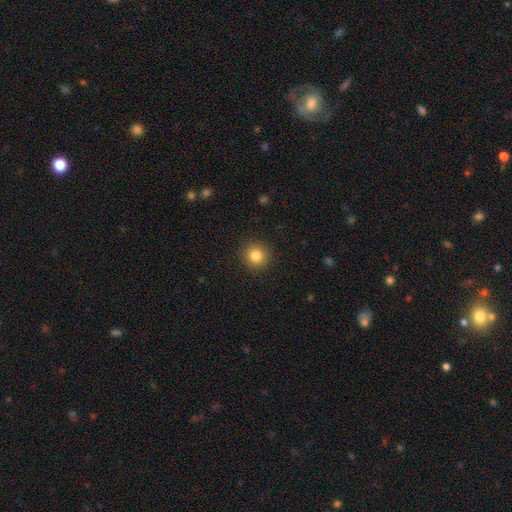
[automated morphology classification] A smooth galaxy with no disk features (84%) that is round (93%). Merging: none (91%).